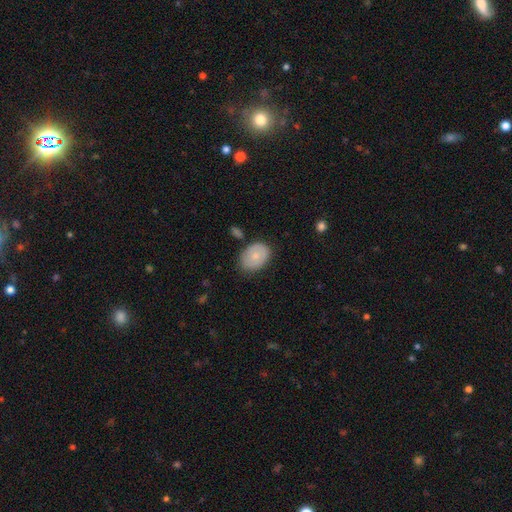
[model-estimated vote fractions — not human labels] A smooth galaxy with no disk features (75%) that is in between round and cigar-shaped (74%).

Vote fractions:
- Smooth or featured? smooth: 75% / featured or disk: 18% / star or artifact: 6%
- How rounded? in between: 74% / round: 25% / cigar-shaped: 1%
- Merging? none: 70% / minor disturbance: 22% / major disturbance: 5% / merger: 3%